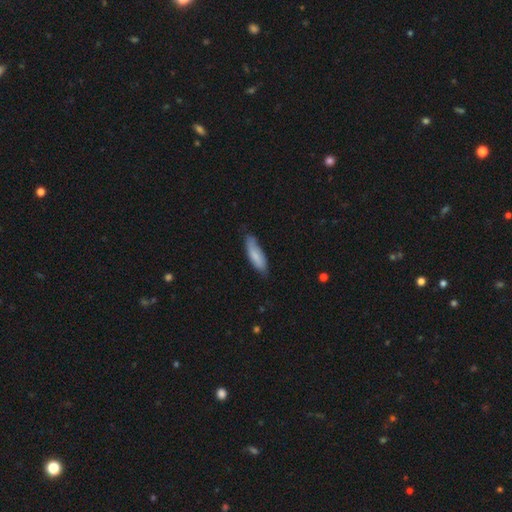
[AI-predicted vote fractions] Overall: smooth (77%). How rounded: cigar-shaped (50%; in between 49%). Merging: none (68%).